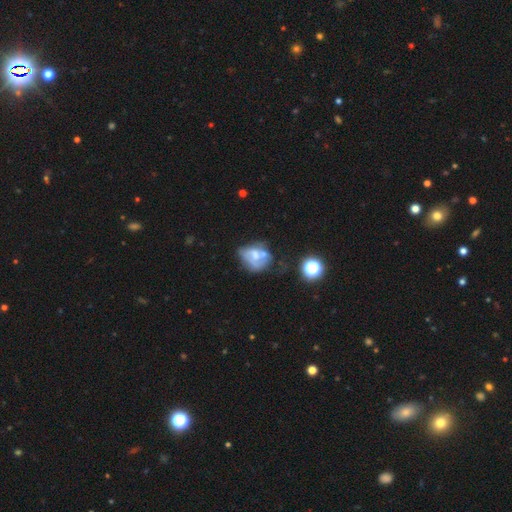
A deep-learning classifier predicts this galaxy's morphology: This is possibly a featured or disk galaxy (48%). Merging: marginally none (28%).